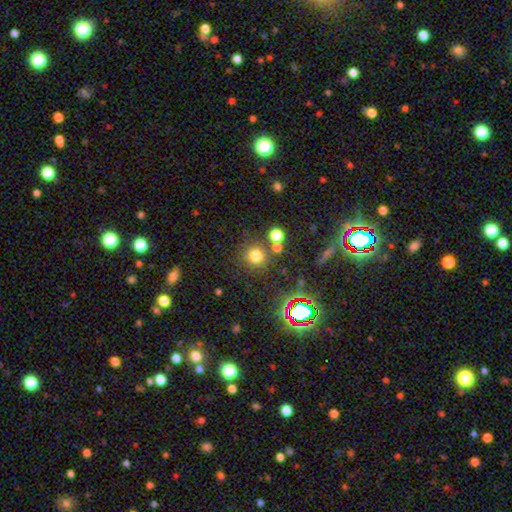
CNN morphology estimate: Smooth or featured? smooth (72%)
How rounded? round (93%)
Merging? none (78%)